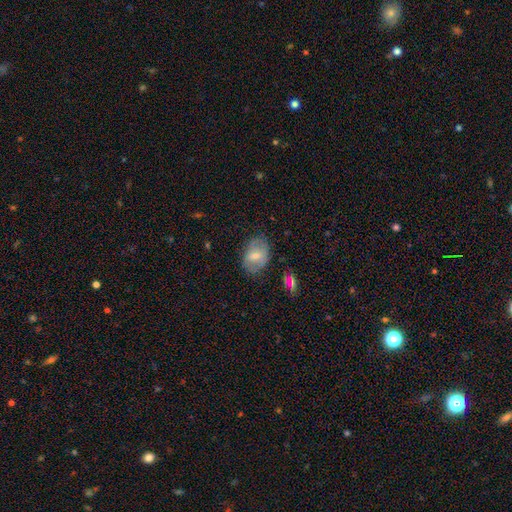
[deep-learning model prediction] Q: Smooth or featured?
A: smooth (60%); runner-up: featured or disk (33%)
Q: How rounded?
A: in between (83%); runner-up: round (16%)
Q: Merging?
A: none (72%); runner-up: minor disturbance (19%)